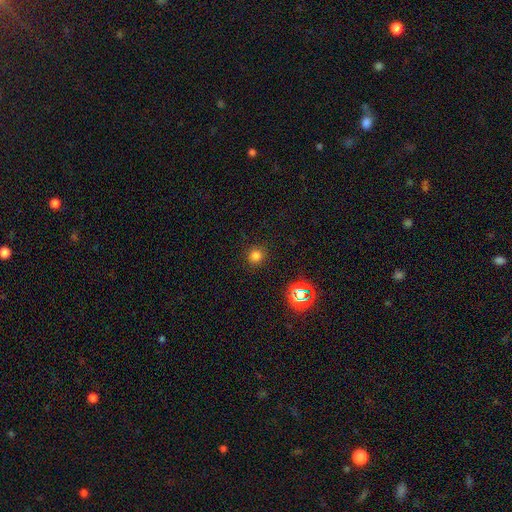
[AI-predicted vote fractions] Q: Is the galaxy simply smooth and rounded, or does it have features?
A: smooth — 77%.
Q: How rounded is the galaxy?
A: round — 91%.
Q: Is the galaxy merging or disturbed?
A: none — 90%.